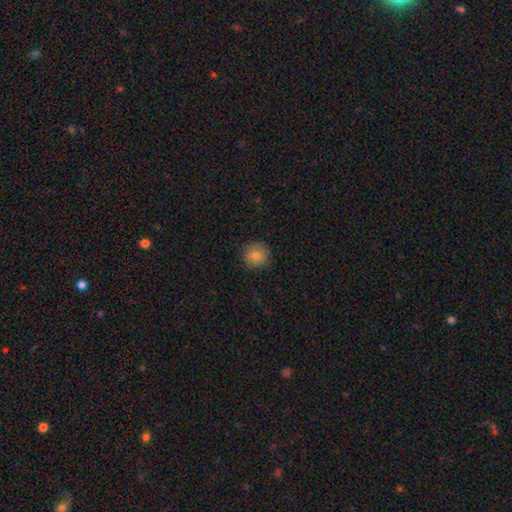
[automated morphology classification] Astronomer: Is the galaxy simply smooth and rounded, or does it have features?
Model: smooth — 83%.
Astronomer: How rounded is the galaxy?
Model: round — 92%.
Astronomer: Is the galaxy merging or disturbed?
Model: none — 88%.